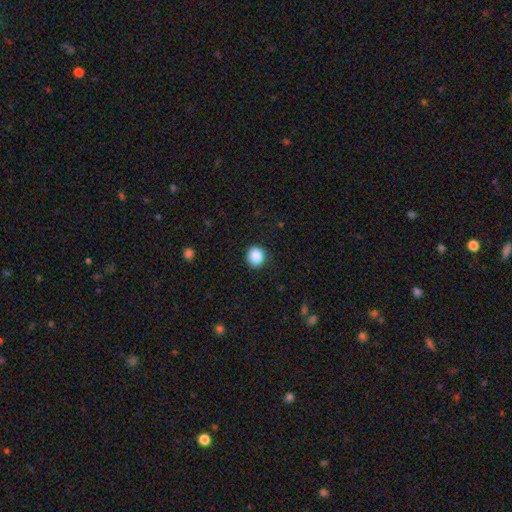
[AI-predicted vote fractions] Morphology: type=smooth (87%); roundness=round (84%); merging=none (89%).